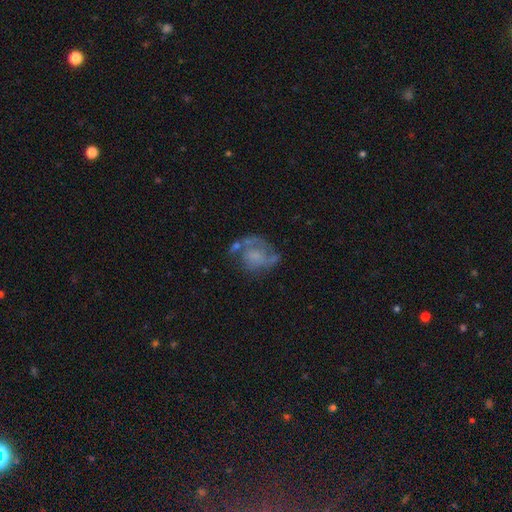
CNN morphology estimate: Smooth or featured: featured or disk — 62% (smooth — 27%)
Edge-on disk: no — 97% (yes — 3%)
Bar: no — 74% (weak — 22%)
Spiral arms: yes — 68% (no — 32%)
Bulge size: none — 45% (small — 27%)
Merging: none — 41% (major disturbance — 27%)